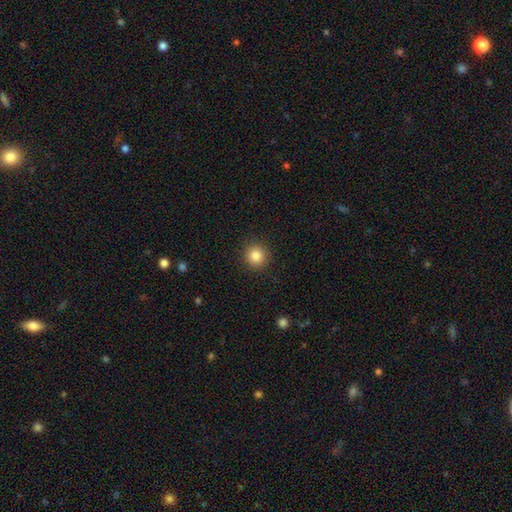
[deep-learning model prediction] This is clearly a smooth galaxy (84%). How rounded: clearly round (92%). Merging: clearly none (91%).